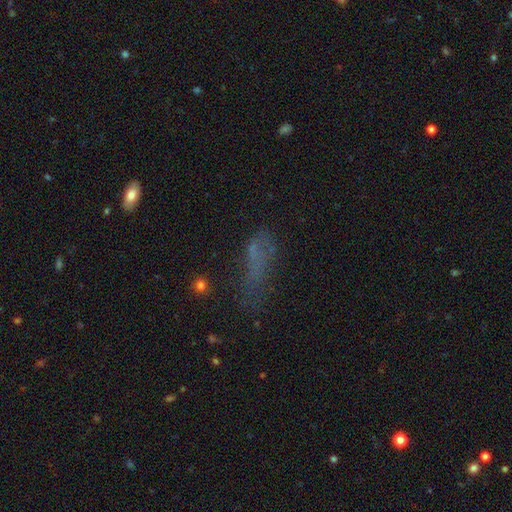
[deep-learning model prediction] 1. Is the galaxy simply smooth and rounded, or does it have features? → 53% smooth, 25% featured or disk, 22% star or artifact.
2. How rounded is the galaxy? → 54% in between, 41% cigar-shaped, 5% round.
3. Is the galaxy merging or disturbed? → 38% none, 32% major disturbance, 24% minor disturbance, 5% merger.